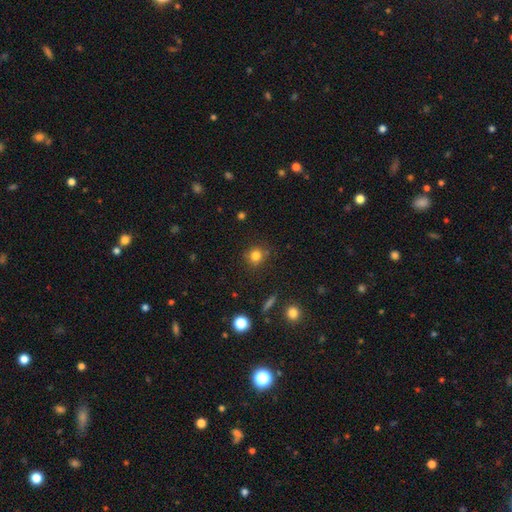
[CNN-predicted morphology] type=smooth (80%); roundness=round (87%); merging=none (82%).